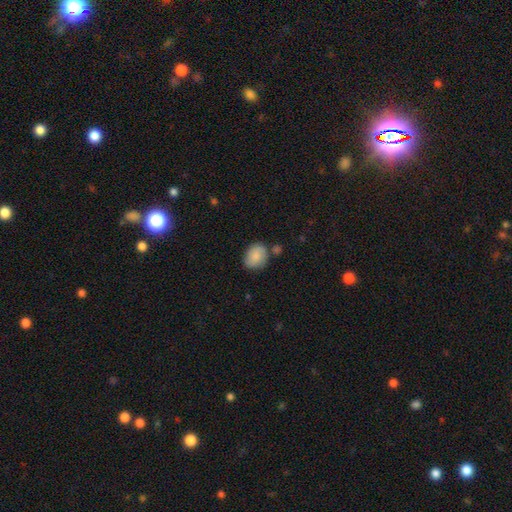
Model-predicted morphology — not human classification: Smooth or featured: smooth — 83% (featured or disk — 10%)
How rounded: in between — 57% (round — 42%)
Merging: none — 65% (minor disturbance — 20%)